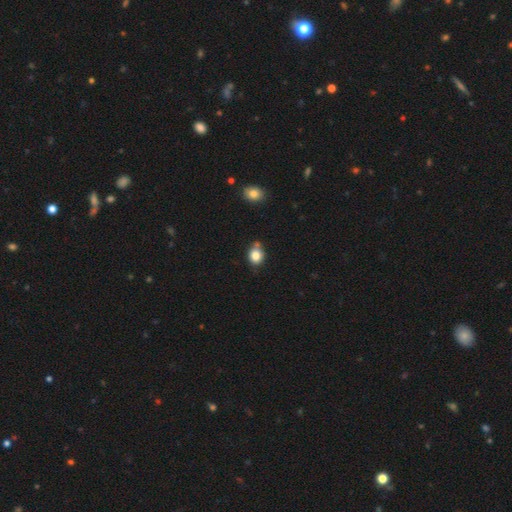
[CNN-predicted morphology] This is clearly a smooth galaxy (82%). How rounded: likely round (66%). Merging: likely none (62%).